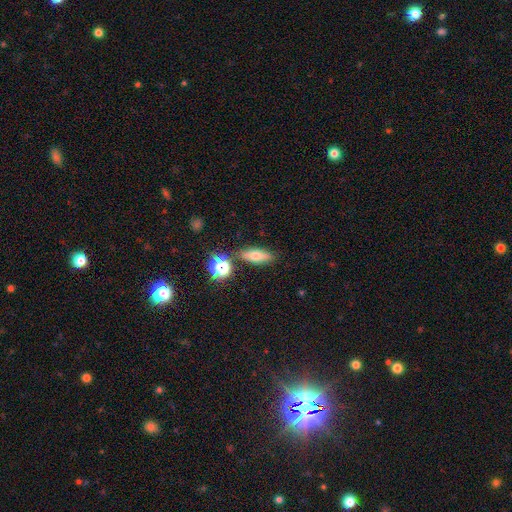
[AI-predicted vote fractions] Morphology: type=smooth (64%); roundness=in between (58%); merging=none (81%).